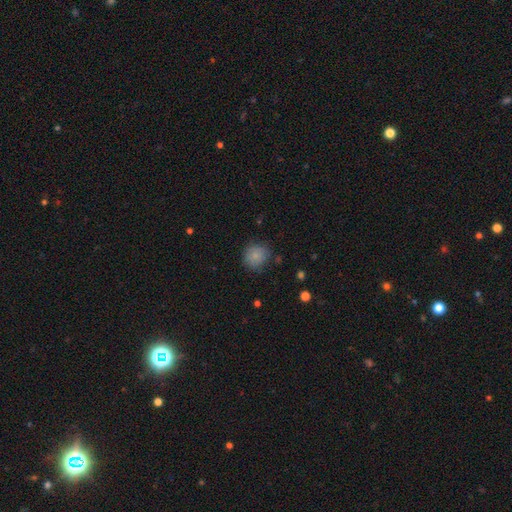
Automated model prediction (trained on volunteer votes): smooth 84%, star or artifact 9%, featured or disk 7%. Down the decision tree: how rounded — round (85%); merging — none (79%).